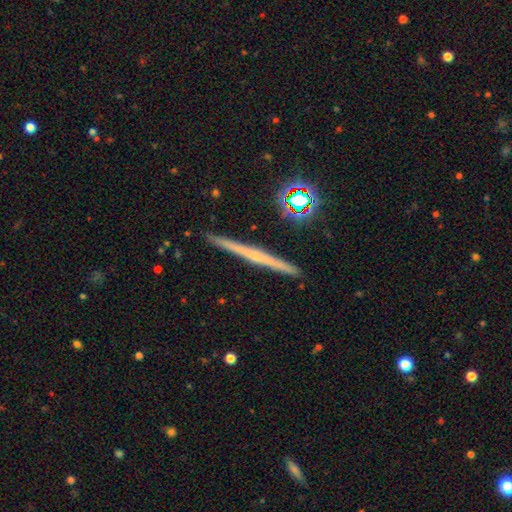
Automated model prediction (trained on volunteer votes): Smooth or featured? featured or disk (67%)
Edge-on disk? yes (98%)
Edge-on bulge? none (54%)
Merging? none (91%)